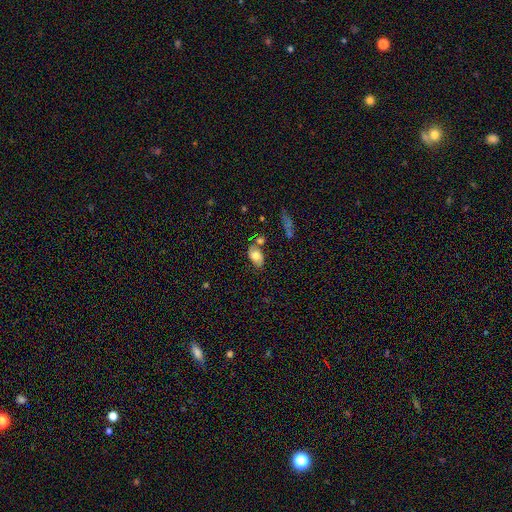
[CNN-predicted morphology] This is likely a smooth galaxy (68%). How rounded: clearly in between (88%). Merging: possibly none (58%).